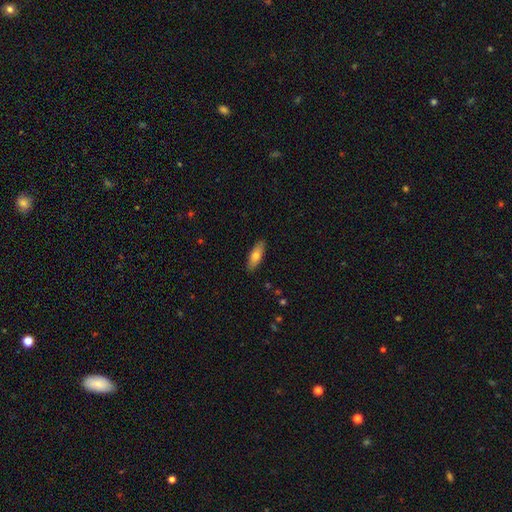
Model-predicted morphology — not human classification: Smooth or featured: smooth — 74% (featured or disk — 20%)
How rounded: in between — 65% (cigar-shaped — 33%)
Merging: none — 88% (minor disturbance — 9%)